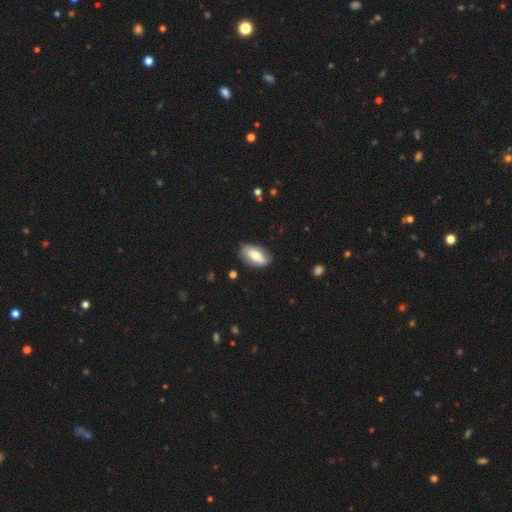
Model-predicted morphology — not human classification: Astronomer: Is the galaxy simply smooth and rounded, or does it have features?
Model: smooth — 64%.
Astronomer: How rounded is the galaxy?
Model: in between — 92%.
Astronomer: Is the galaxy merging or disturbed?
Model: none — 77%.